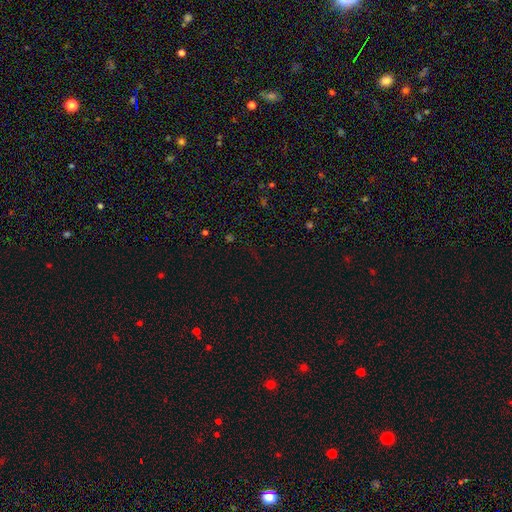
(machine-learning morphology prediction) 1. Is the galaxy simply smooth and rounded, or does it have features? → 69% star or artifact, 23% smooth, 8% featured or disk.